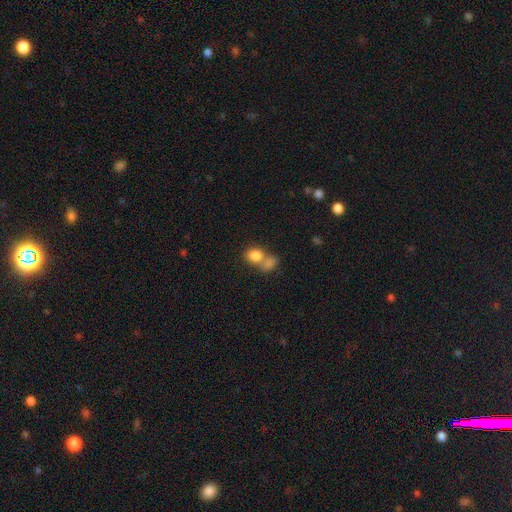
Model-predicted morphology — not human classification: Smooth or featured? Predicted: smooth (p=0.83). How rounded? Predicted: round (p=0.58). Merging? Predicted: merger (p=0.57).